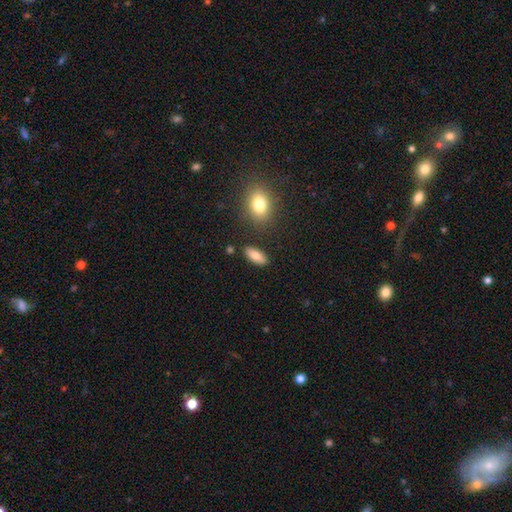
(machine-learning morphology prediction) Overall: smooth (82%). How rounded: in between (81%). Merging: none (85%).